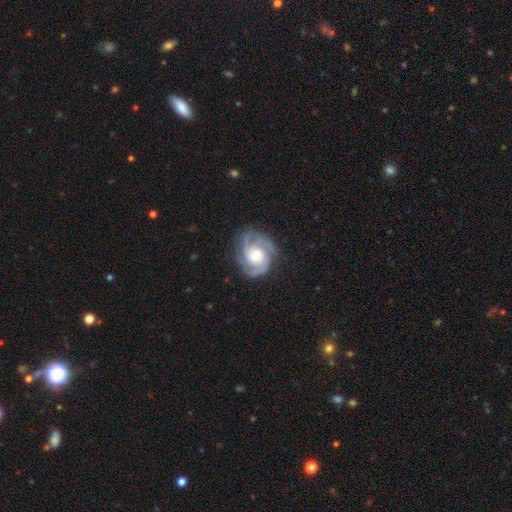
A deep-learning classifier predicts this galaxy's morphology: Smooth or featured?
  - featured or disk: 87% *
  - smooth: 8%
  - star or artifact: 5%
Edge-on disk?
  - no: 98% *
  - yes: 2%
Bar?
  - no: 60% *
  - weak: 33%
  - strong: 7%
Spiral arms?
  - yes: 98% *
  - no: 2%
Spiral winding?
  - tight: 52% *
  - medium: 41%
  - loose: 7%
Spiral arm count?
  - 2: 62% *
  - 3: 21%
  - can't tell: 8%
  - 1: 3%
  - 4: 3%
  - more than 4: 3%
Bulge size?
  - moderate: 48% *
  - large: 26%
  - small: 19%
  - none: 5%
  - dominant: 2%
Merging?
  - none: 76% *
  - minor disturbance: 16%
  - major disturbance: 7%
  - merger: 1%